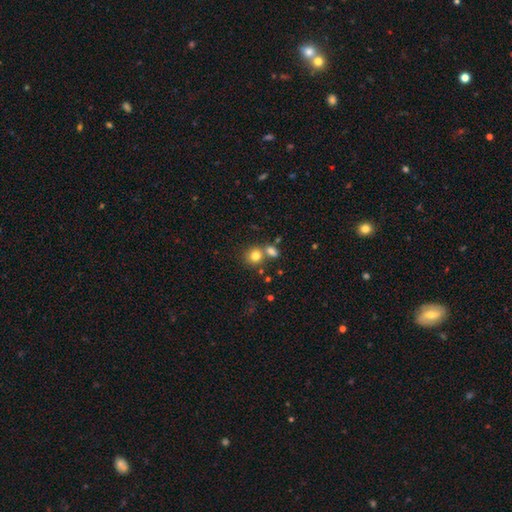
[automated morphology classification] Overall: smooth (80%). How rounded: round (80%). Merging: none (55%; merger 32%).